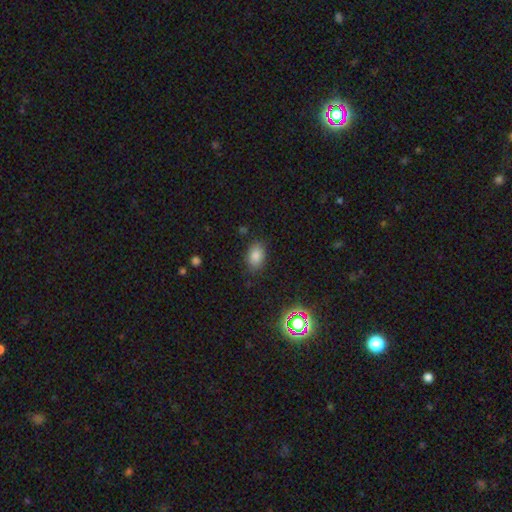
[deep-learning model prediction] This appears to be a smooth galaxy with no disk features (80%) that is in between round and cigar-shaped (84%). Merging: none (83%).